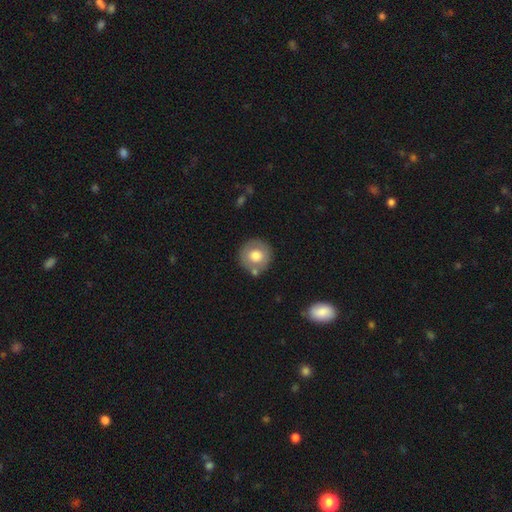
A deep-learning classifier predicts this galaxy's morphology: Smooth or featured?
  - smooth: 69% *
  - featured or disk: 23%
  - star or artifact: 8%
How rounded?
  - round: 93% *
  - in between: 6%
  - cigar-shaped: 1%
Merging?
  - none: 75% *
  - minor disturbance: 12%
  - merger: 9%
  - major disturbance: 4%